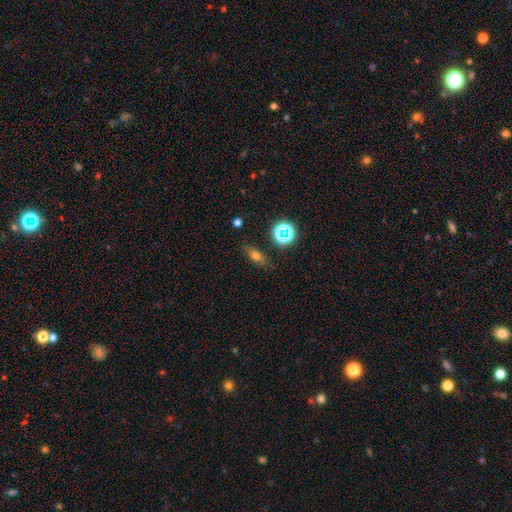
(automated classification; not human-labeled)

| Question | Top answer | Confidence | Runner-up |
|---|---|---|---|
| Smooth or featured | smooth | 63% | star or artifact (20%) |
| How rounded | in between | 62% | cigar-shaped (24%) |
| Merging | none | 82% | minor disturbance (13%) |